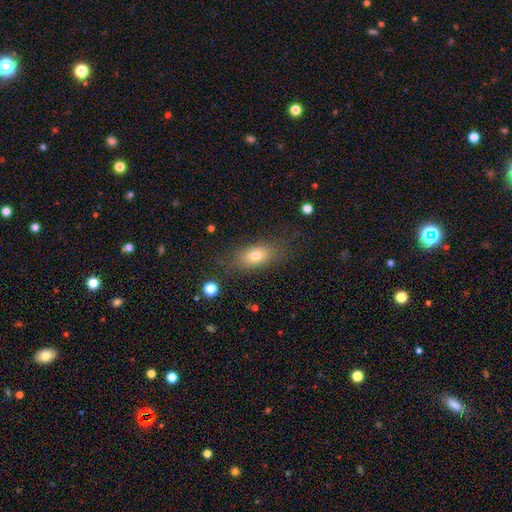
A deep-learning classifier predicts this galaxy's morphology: Smooth or featured: smooth — 76% (featured or disk — 14%)
How rounded: in between — 82% (round — 10%)
Merging: none — 77% (minor disturbance — 15%)